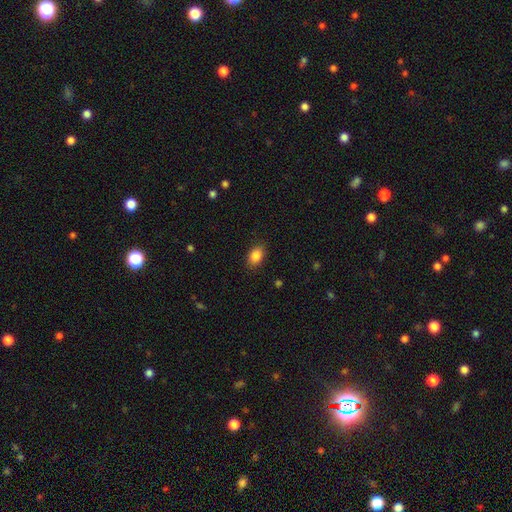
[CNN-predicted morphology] Smooth or featured? Predicted: smooth (p=0.86). How rounded? Predicted: in between (p=0.78). Merging? Predicted: none (p=0.86).